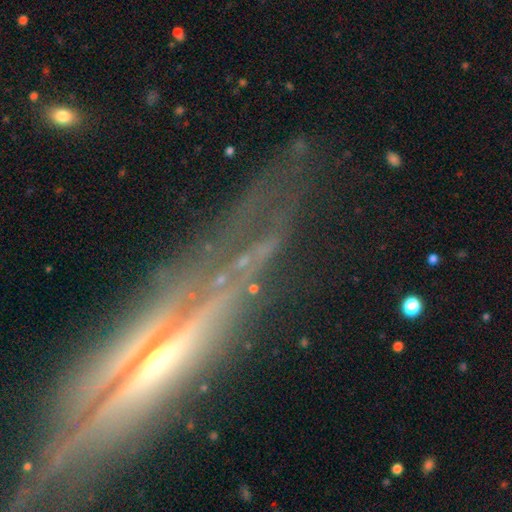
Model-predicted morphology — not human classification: Smooth or featured?
  - featured or disk: 71% *
  - star or artifact: 16%
  - smooth: 14%
Edge-on disk?
  - yes: 77% *
  - no: 23%
Edge-on bulge?
  - rounded: 66% *
  - none: 23%
  - boxy: 10%
Merging?
  - none: 68% *
  - minor disturbance: 16%
  - major disturbance: 12%
  - merger: 4%